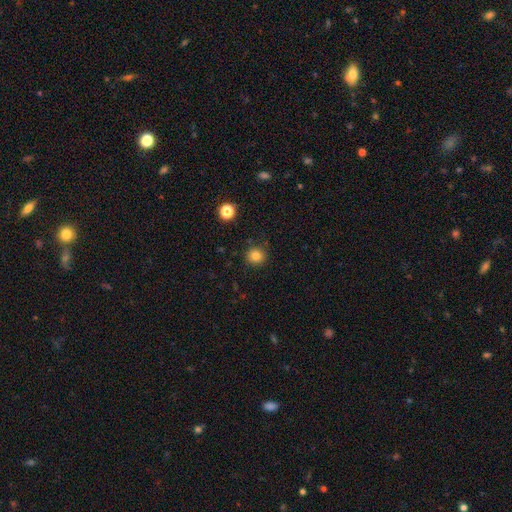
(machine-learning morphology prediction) smooth-or-featured: smooth: 81% | star or artifact: 13% | featured or disk: 6%
  how-rounded: round: 91% | in between: 8% | cigar-shaped: 1%
  merging: none: 88% | minor disturbance: 8% | major disturbance: 2% | merger: 2%